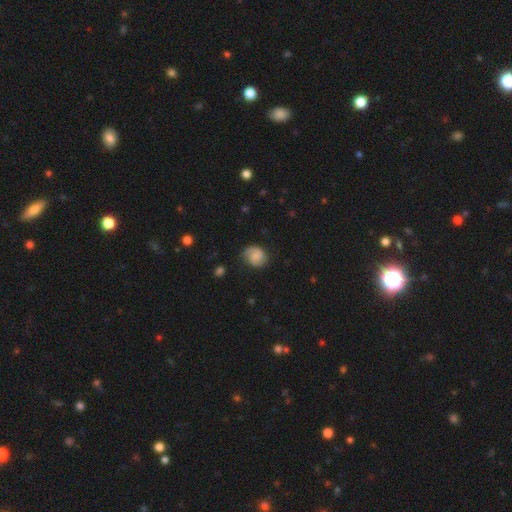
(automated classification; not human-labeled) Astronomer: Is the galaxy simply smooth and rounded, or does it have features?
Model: featured or disk — 46%, tied with smooth at 46%.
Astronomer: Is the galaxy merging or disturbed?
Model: none — 74%.